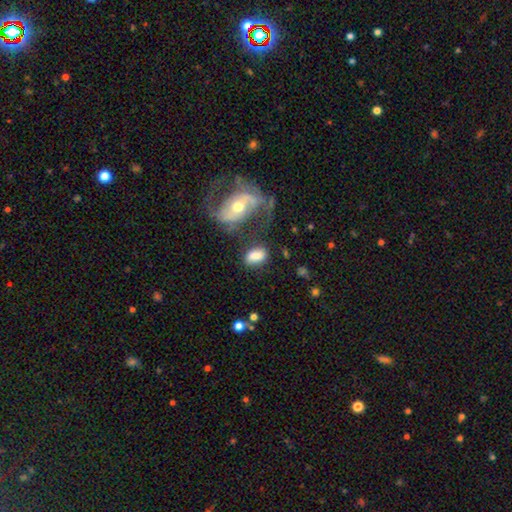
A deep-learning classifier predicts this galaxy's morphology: smooth-or-featured: smooth: 73% | featured or disk: 19% | star or artifact: 8%
  how-rounded: in between: 88% | round: 10% | cigar-shaped: 2%
  merging: none: 60% | minor disturbance: 18% | merger: 13% | major disturbance: 9%